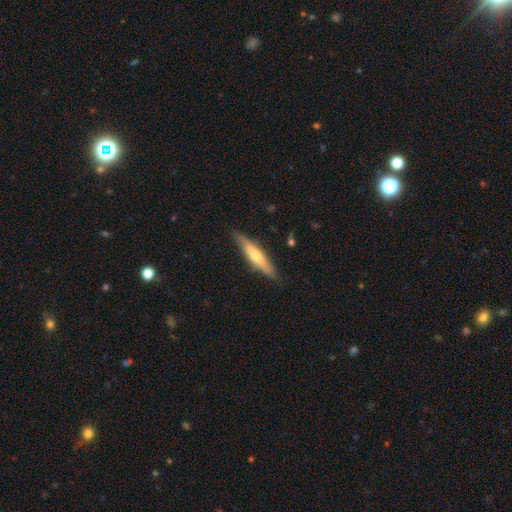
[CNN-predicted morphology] Q: Smooth or featured?
A: smooth (57%); runner-up: featured or disk (38%)
Q: How rounded?
A: cigar-shaped (86%); runner-up: in between (13%)
Q: Merging?
A: none (86%); runner-up: minor disturbance (11%)